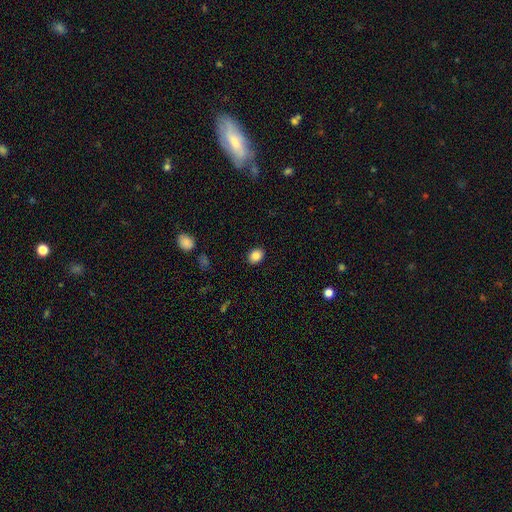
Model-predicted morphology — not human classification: smooth-or-featured: smooth: 86% | star or artifact: 9% | featured or disk: 5%
  how-rounded: in between: 56% | round: 43% | cigar-shaped: 1%
  merging: none: 89% | minor disturbance: 7% | major disturbance: 2% | merger: 1%